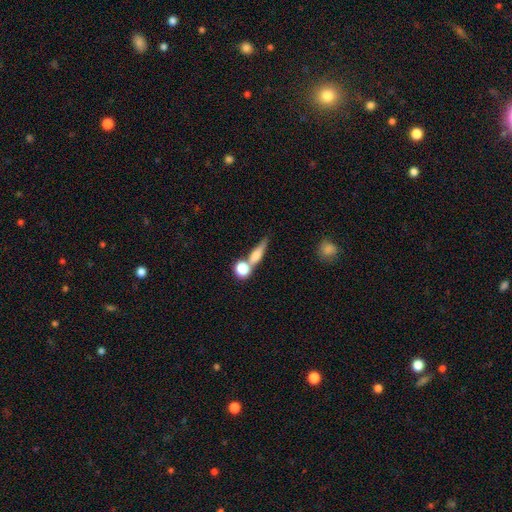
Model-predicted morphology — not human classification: A smooth galaxy with no disk features (58%) that is cigar-shaped (48%).

Vote fractions:
- Smooth or featured? smooth: 58% / featured or disk: 31% / star or artifact: 11%
- How rounded? cigar-shaped: 48% / in between: 27% / round: 25%
- Merging? none: 50% / merger: 31% / minor disturbance: 12% / major disturbance: 6%